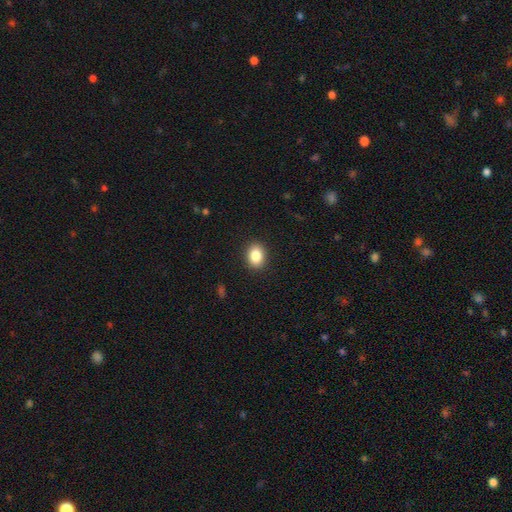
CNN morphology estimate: Smooth or featured? smooth (86%)
How rounded? in between (67%)
Merging? none (90%)